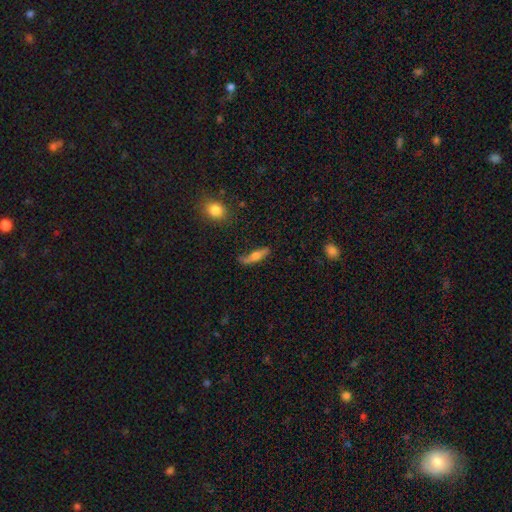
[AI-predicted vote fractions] smooth_or_featured: smooth (p=0.56) [alt: featured or disk p=0.37]
how_rounded: cigar-shaped (p=0.65) [alt: in between p=0.31]
merging: none (p=0.64) [alt: minor disturbance p=0.24]